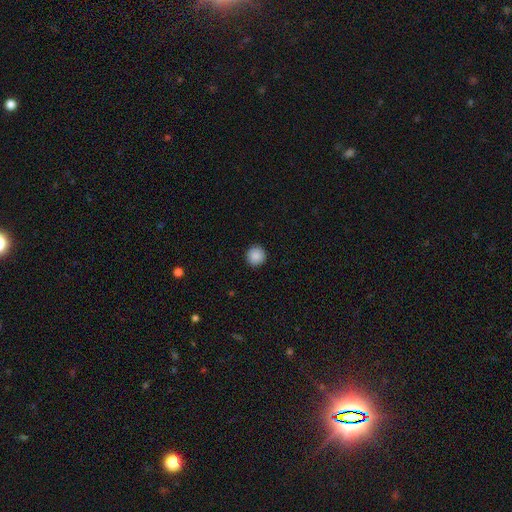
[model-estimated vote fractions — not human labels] This appears to be a smooth galaxy with no disk features (88%) that is round (95%). Merging: none (93%).